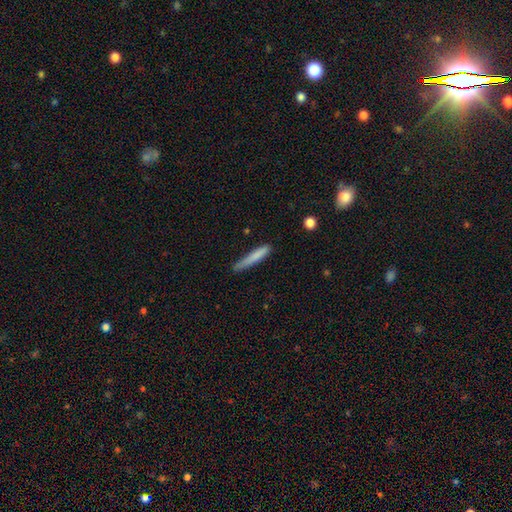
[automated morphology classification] Smooth or featured?
  - smooth: 78% *
  - featured or disk: 16%
  - star or artifact: 7%
How rounded?
  - cigar-shaped: 93% *
  - in between: 6%
  - round: 1%
Merging?
  - none: 67% *
  - minor disturbance: 25%
  - major disturbance: 5%
  - merger: 3%